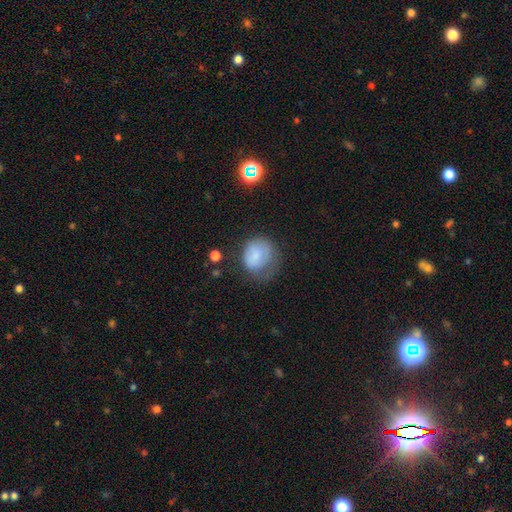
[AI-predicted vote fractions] smooth_or_featured: smooth (p=0.74) [alt: featured or disk p=0.18]
how_rounded: round (p=0.65) [alt: in between p=0.34]
merging: none (p=0.36) [alt: minor disturbance p=0.32]